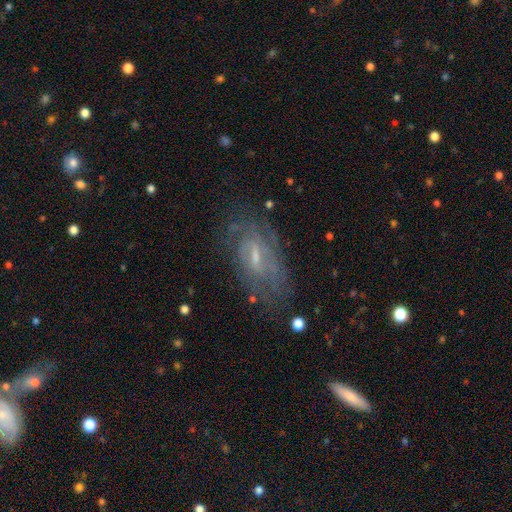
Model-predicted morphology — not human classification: Overall: featured or disk (70%). Edge-on disk: no (89%). Bar: weak (53%; no 26%). Spiral arms: yes (79%). Bulge size: small (52%; moderate 33%). Merging: none (65%).